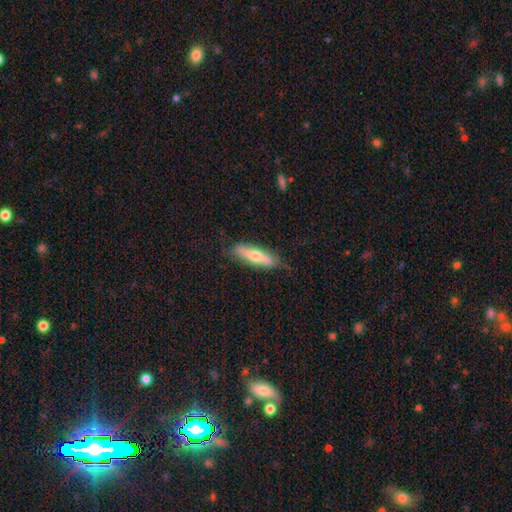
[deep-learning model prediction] Smooth or featured: smooth — 49% (featured or disk — 46%)
Merging: none — 77% (minor disturbance — 17%)